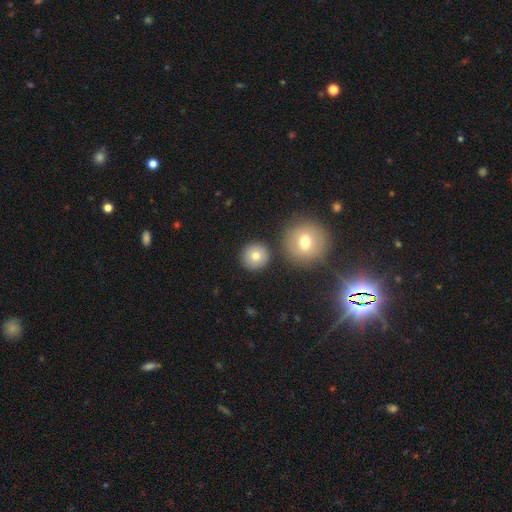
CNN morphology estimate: This appears to be a smooth galaxy with no disk features (79%) that is round (94%). Merging: none (84%).